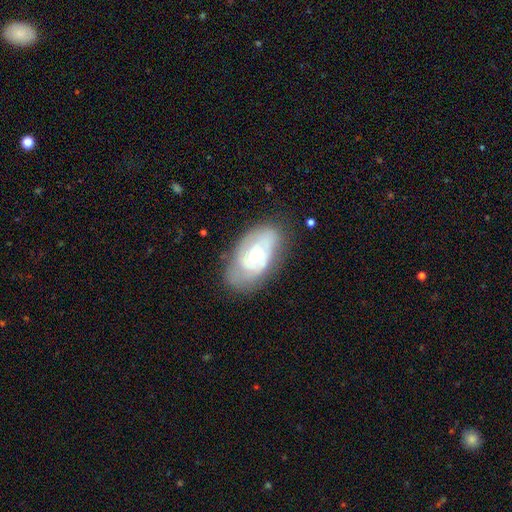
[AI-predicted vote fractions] Morphology: type=featured or disk (65%); edge-on=no (95%); bar=no (73%); spiral arms=yes (75%); bulge=small (58%); merging=none (66%).